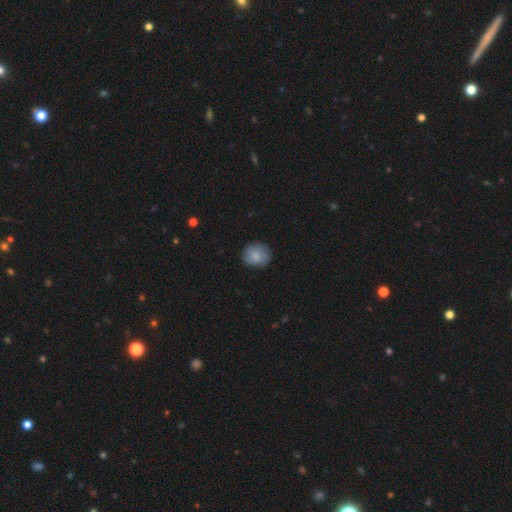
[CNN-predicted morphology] A smooth galaxy with no disk features (79%) that is round (81%). Merging: none (80%).